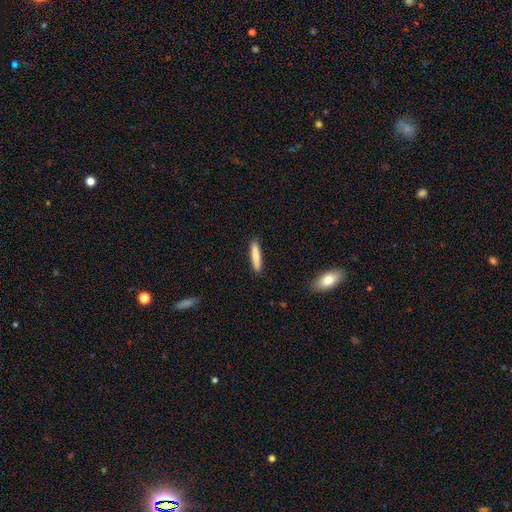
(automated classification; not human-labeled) A smooth galaxy with no disk features (83%) that is cigar-shaped (89%).

Vote fractions:
- Smooth or featured? smooth: 83% / featured or disk: 11% / star or artifact: 6%
- How rounded? cigar-shaped: 89% / in between: 10% / round: 1%
- Merging? none: 90% / minor disturbance: 7% / major disturbance: 2% / merger: 1%